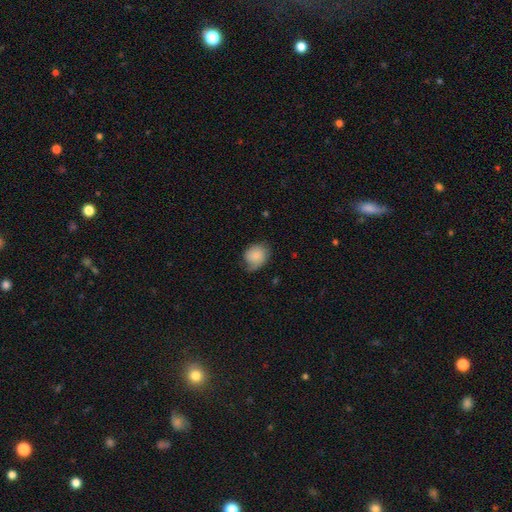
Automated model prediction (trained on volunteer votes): smooth_or_featured: smooth (p=0.78) [alt: featured or disk p=0.15]
how_rounded: round (p=0.56) [alt: in between p=0.43]
merging: none (p=0.53) [alt: minor disturbance p=0.34]